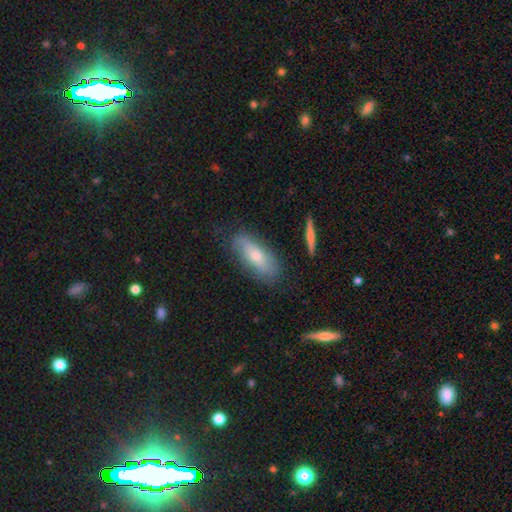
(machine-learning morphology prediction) smooth-or-featured: smooth: 60% | featured or disk: 32% | star or artifact: 8%
  how-rounded: in between: 65% | cigar-shaped: 32% | round: 3%
  merging: none: 76% | minor disturbance: 18% | major disturbance: 4% | merger: 2%